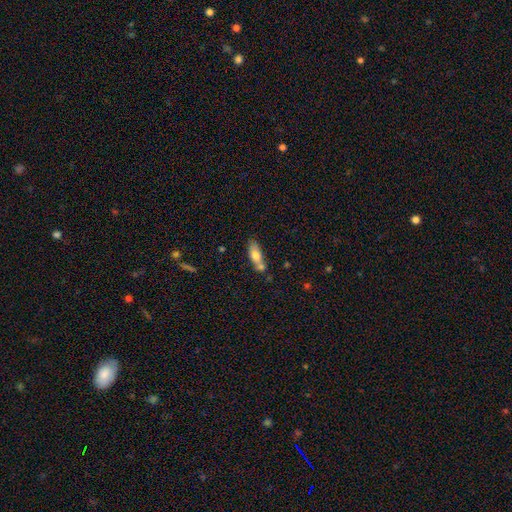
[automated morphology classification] A smooth galaxy with no disk features (70%) that is in between round and cigar-shaped (67%). Merging: none (44%).